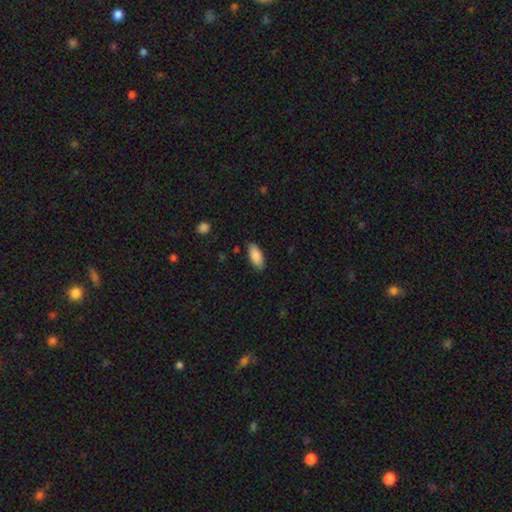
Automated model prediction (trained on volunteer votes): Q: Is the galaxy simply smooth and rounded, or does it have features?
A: smooth — 88%.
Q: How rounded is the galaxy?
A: in between — 89%.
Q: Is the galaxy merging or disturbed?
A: none — 86%.